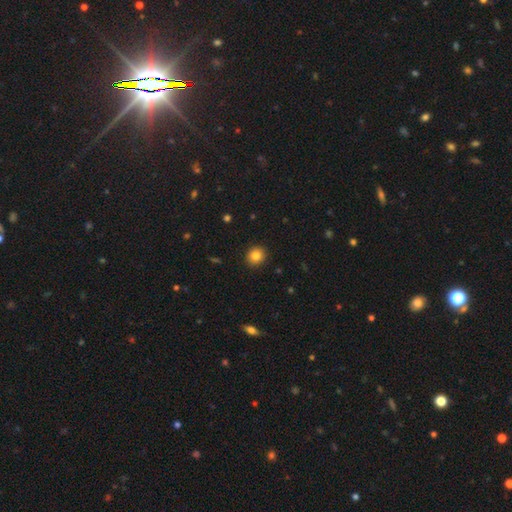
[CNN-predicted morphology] Smooth or featured: smooth — 83% (star or artifact — 10%)
How rounded: round — 83% (in between — 16%)
Merging: none — 91% (minor disturbance — 6%)